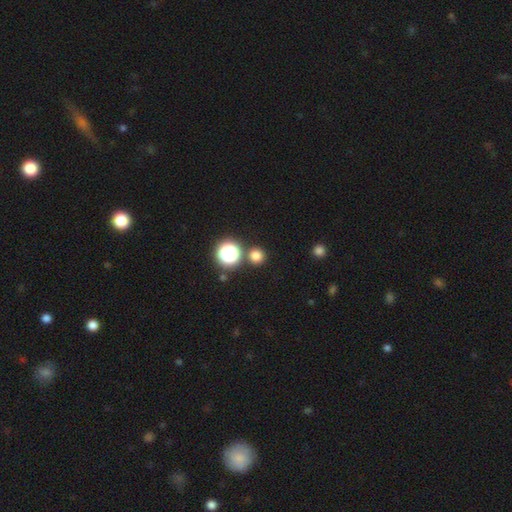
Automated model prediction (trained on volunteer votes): Morphology: type=smooth (75%); roundness=round (93%); merging=none (84%).